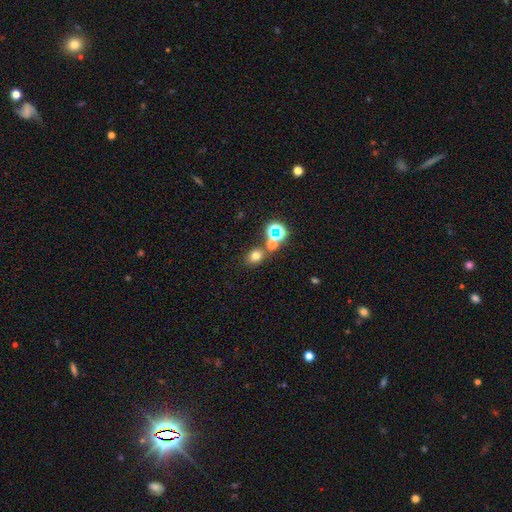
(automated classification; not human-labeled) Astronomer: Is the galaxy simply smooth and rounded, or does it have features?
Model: smooth — 69%.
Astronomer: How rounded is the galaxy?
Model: round — 55% (runner-up: in between, 44%).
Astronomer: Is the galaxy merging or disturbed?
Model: none — 72%.